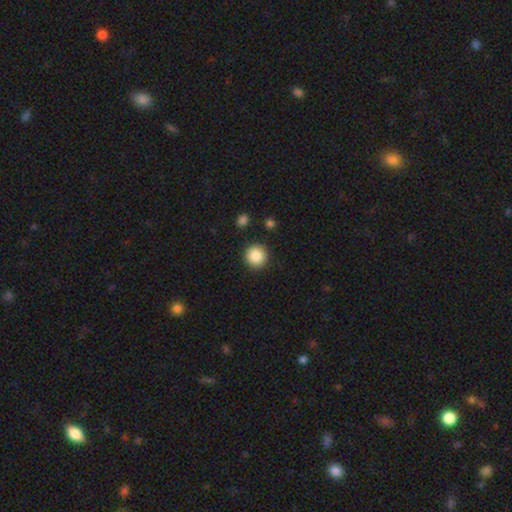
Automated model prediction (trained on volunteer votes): Smooth or featured? Predicted: smooth (p=0.87). How rounded? Predicted: round (p=0.95). Merging? Predicted: none (p=0.90).